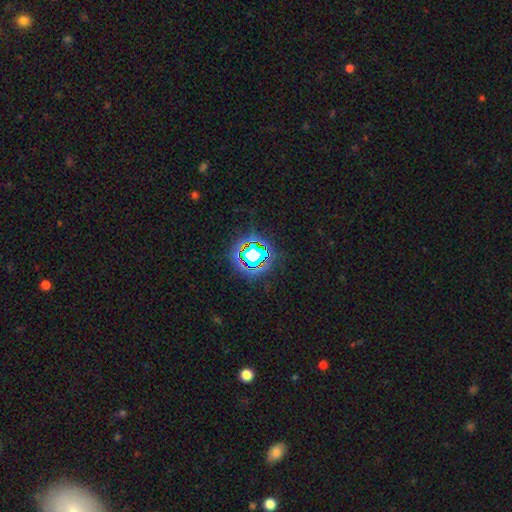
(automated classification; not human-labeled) A star or artifact, not a galaxy (68%).

Vote fractions:
- Smooth or featured? star or artifact: 68% / smooth: 18% / featured or disk: 13%